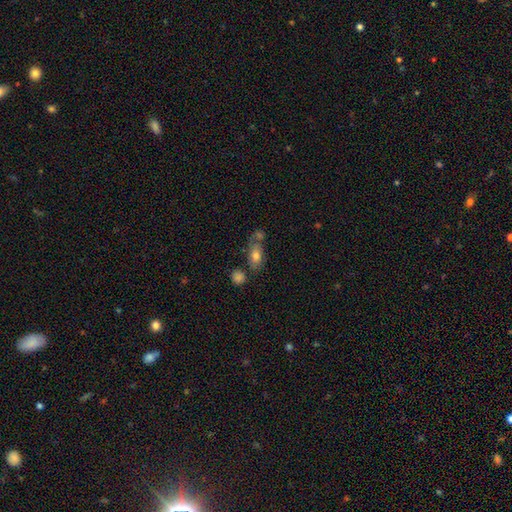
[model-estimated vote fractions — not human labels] Smooth or featured? Predicted: smooth (p=0.74). How rounded? Predicted: in between (p=0.83). Merging? Predicted: none (p=0.49).